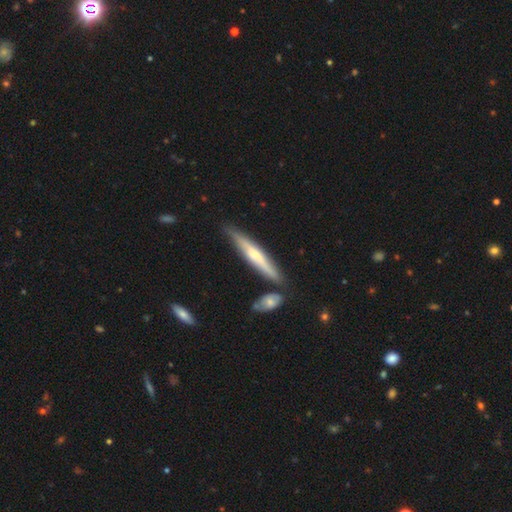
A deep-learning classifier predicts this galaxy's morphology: This is possibly a featured or disk galaxy (55%). It is clearly viewed edge-on (92%). Edge-on bulge: likely rounded (63%). Merging: likely none (77%).